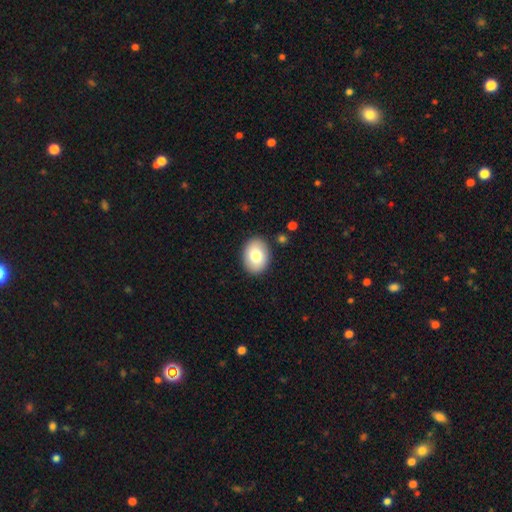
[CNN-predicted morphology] Q: Smooth or featured?
A: smooth (81%); runner-up: featured or disk (13%)
Q: How rounded?
A: in between (70%); runner-up: round (29%)
Q: Merging?
A: none (89%); runner-up: minor disturbance (8%)